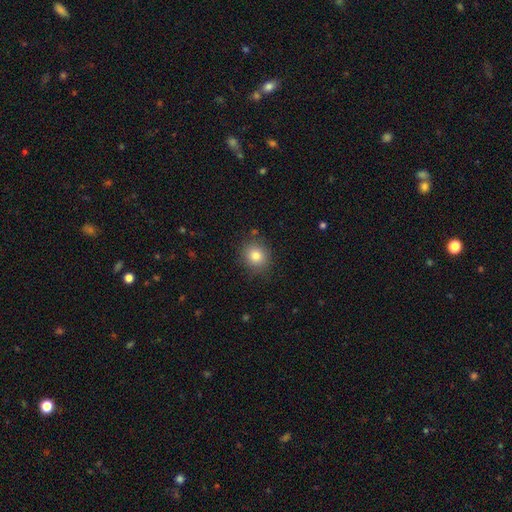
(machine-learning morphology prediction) Smooth or featured? Predicted: smooth (p=0.82). How rounded? Predicted: round (p=0.79). Merging? Predicted: none (p=0.85).